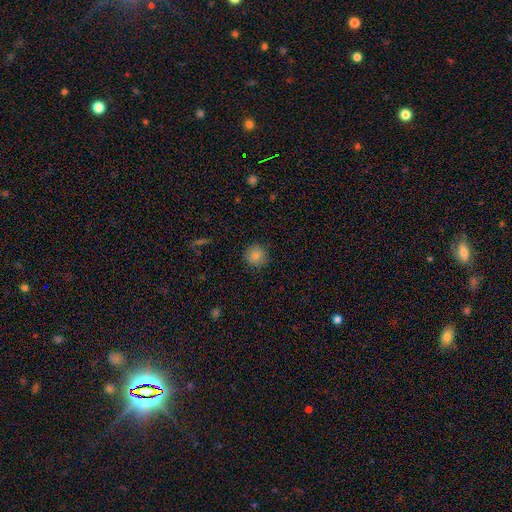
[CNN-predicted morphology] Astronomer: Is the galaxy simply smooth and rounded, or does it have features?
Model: smooth — 85%.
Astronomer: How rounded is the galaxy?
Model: round — 92%.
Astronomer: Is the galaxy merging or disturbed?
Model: none — 88%.